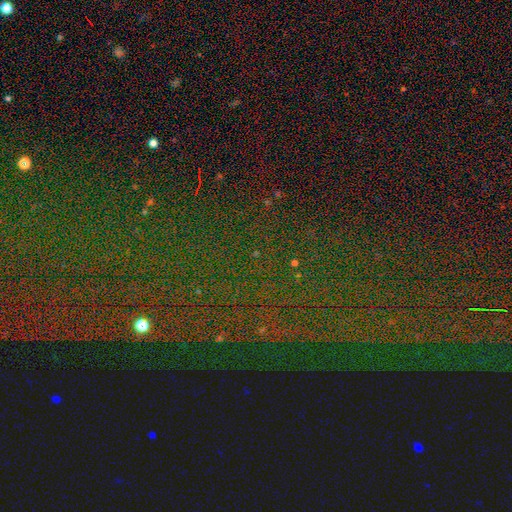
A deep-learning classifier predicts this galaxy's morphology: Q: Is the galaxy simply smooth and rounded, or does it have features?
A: star or artifact — 84%.